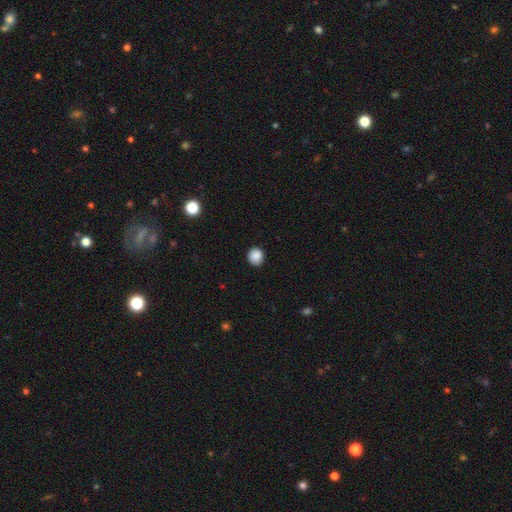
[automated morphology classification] This appears to be a smooth galaxy with no disk features (88%) that is round (87%). Merging: none (88%).